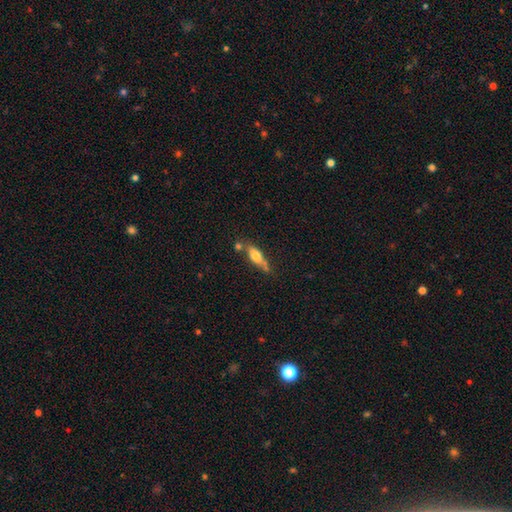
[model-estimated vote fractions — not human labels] Smooth or featured? smooth (63%)
How rounded? in between (49%)
Merging? none (53%)